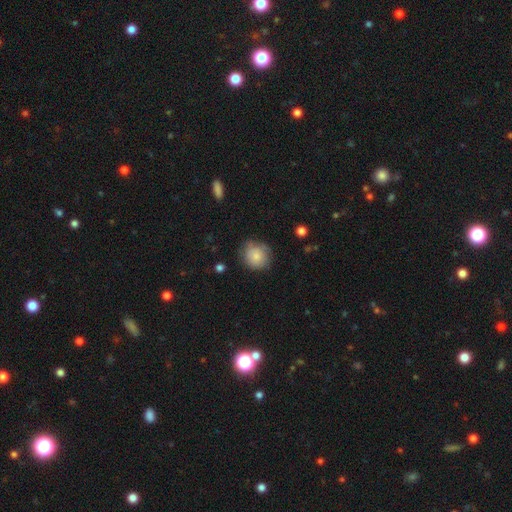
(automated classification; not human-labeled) smooth-or-featured: smooth: 80% | featured or disk: 12% | star or artifact: 8%
  how-rounded: round: 83% | in between: 16% | cigar-shaped: 1%
  merging: none: 69% | minor disturbance: 23% | major disturbance: 6% | merger: 2%